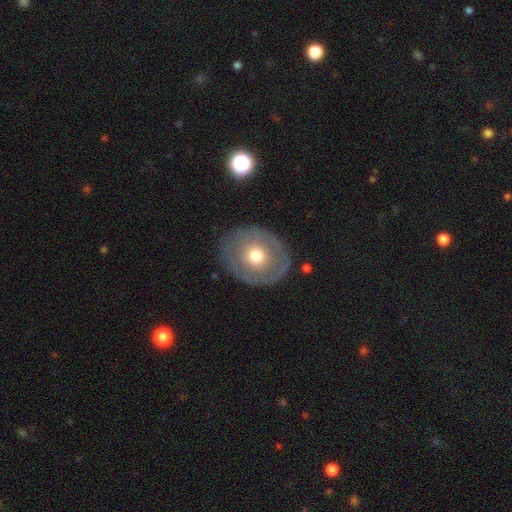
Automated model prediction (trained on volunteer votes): smooth-or-featured: smooth: 53% | featured or disk: 40% | star or artifact: 7%
  how-rounded: round: 62% | in between: 37% | cigar-shaped: 1%
  merging: none: 83% | minor disturbance: 11% | major disturbance: 4% | merger: 1%